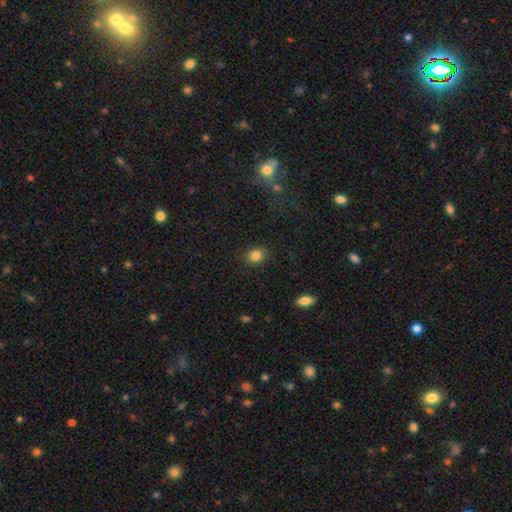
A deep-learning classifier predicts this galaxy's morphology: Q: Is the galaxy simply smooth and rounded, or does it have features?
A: smooth — 84%.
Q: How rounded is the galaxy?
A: round — 74%.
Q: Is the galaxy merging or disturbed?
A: none — 88%.